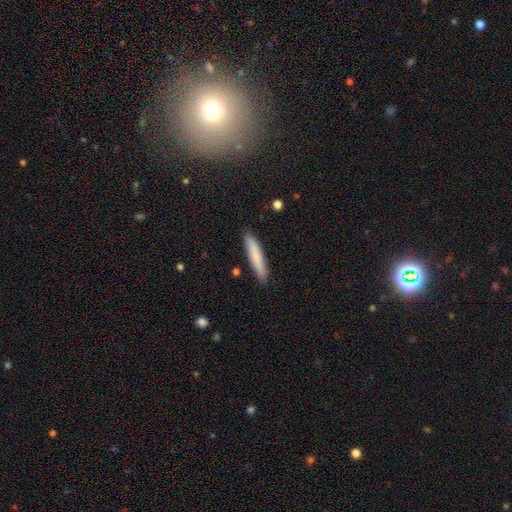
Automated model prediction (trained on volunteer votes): smooth 78%, featured or disk 16%, star or artifact 6%. Down the decision tree: how rounded — cigar-shaped (91%); merging — none (89%).